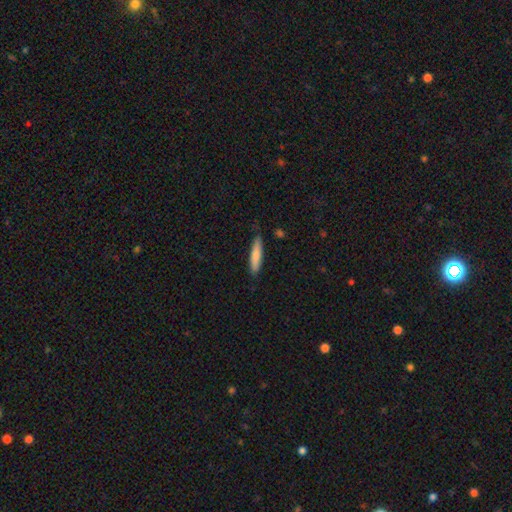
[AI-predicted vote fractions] The model was most divided on "smooth or featured": smooth: 79%, featured or disk: 16%, star or artifact: 5%. More confident: how rounded — cigar-shaped (83%); merging — none (82%).